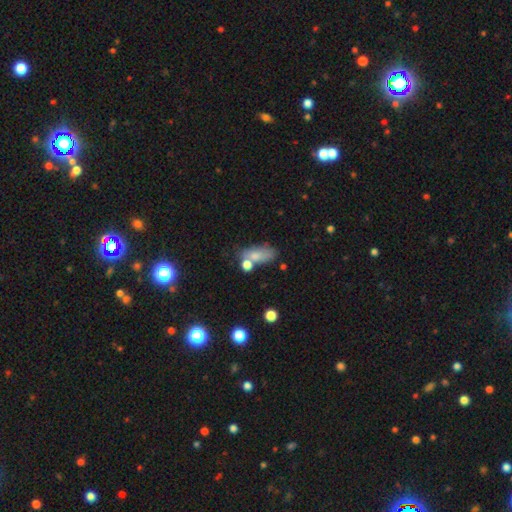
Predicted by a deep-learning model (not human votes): Morphology: type=smooth (74%); roundness=in between (83%); merging=none (45%).